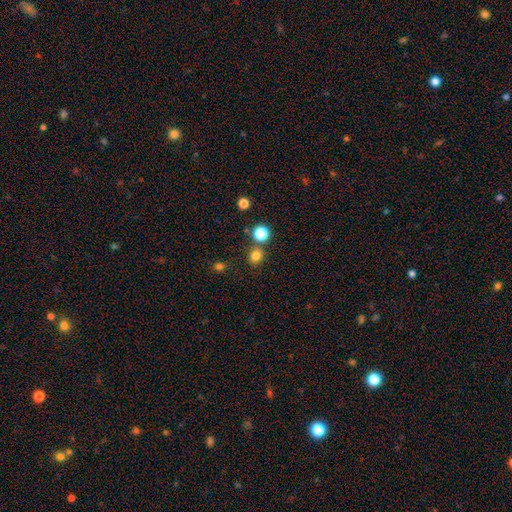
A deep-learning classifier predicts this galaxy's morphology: This is likely a smooth galaxy (78%). How rounded: clearly round (85%). Merging: likely none (77%).